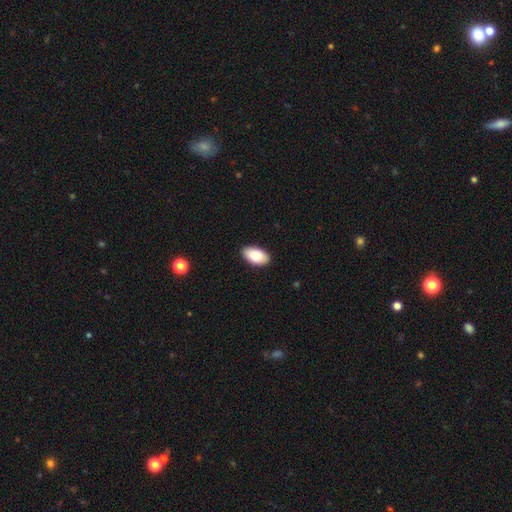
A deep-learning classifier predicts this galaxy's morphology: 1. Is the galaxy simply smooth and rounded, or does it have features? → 81% smooth, 12% featured or disk, 7% star or artifact.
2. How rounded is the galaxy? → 95% in between, 4% round, 2% cigar-shaped.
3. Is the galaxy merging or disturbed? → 90% none, 8% minor disturbance, 2% major disturbance, 1% merger.